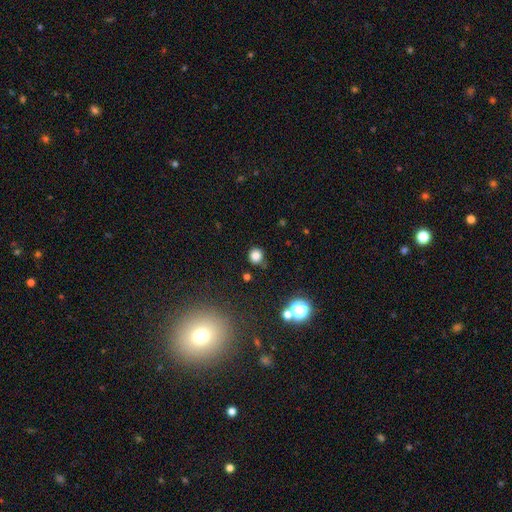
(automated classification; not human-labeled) Overall: smooth (80%). How rounded: round (88%). Merging: none (80%).